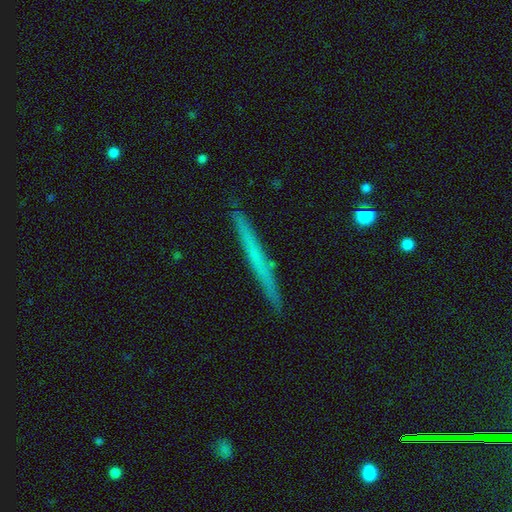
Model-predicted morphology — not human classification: A smooth galaxy with no disk features (49%). Merging: none (92%).